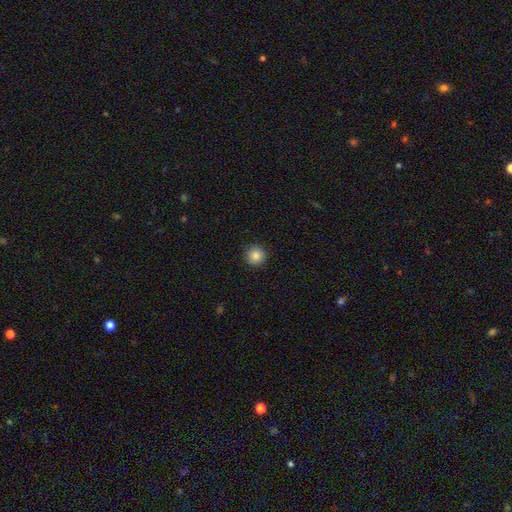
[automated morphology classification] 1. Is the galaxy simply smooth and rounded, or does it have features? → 85% smooth, 10% star or artifact, 5% featured or disk.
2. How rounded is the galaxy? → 95% round, 4% in between, 1% cigar-shaped.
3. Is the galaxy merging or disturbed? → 92% none, 5% minor disturbance, 2% major disturbance, 1% merger.